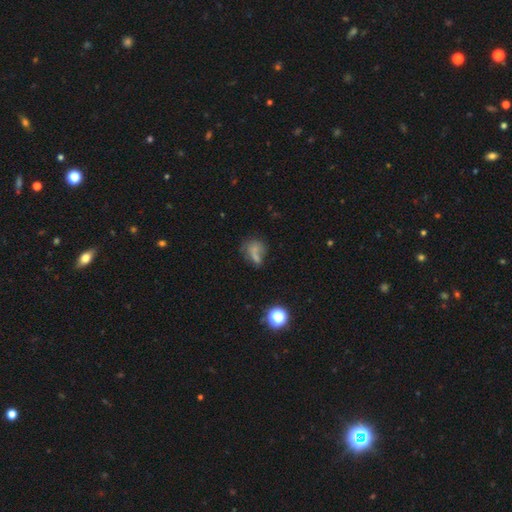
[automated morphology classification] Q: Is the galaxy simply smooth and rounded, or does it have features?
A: smooth — 49%.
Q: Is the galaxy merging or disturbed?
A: none — 46%.